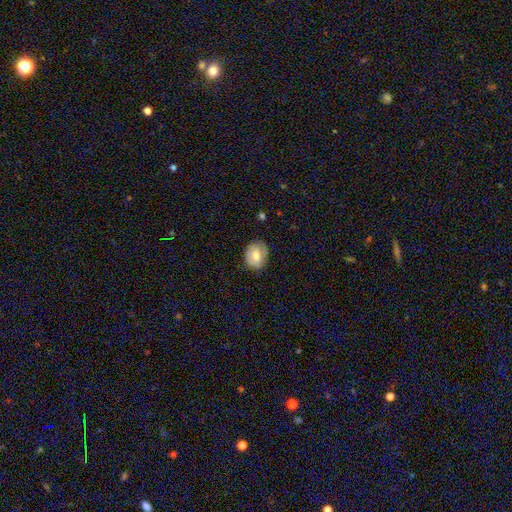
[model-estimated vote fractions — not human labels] smooth_or_featured: smooth (p=0.52) [alt: featured or disk p=0.40]
how_rounded: in between (p=0.56) [alt: round p=0.43]
merging: none (p=0.72) [alt: minor disturbance p=0.21]